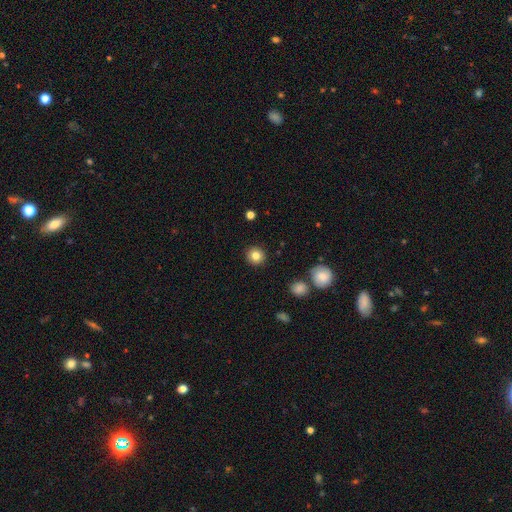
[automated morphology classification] Smooth or featured? Predicted: smooth (p=0.83). How rounded? Predicted: round (p=0.93). Merging? Predicted: none (p=0.92).